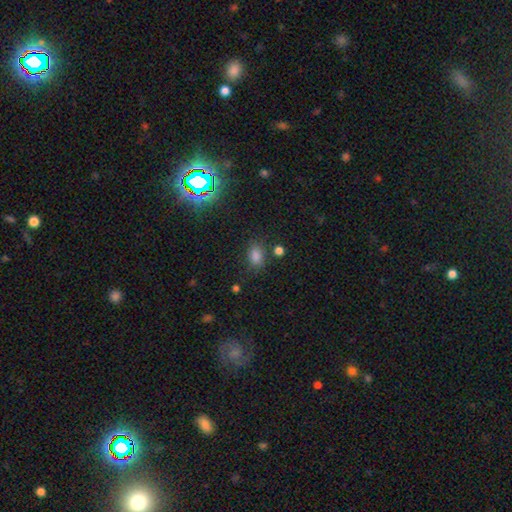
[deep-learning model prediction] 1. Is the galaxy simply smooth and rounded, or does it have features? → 72% smooth, 22% star or artifact, 6% featured or disk.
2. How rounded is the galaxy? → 78% in between, 20% round, 2% cigar-shaped.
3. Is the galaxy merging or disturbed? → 76% none, 14% minor disturbance, 5% major disturbance, 5% merger.